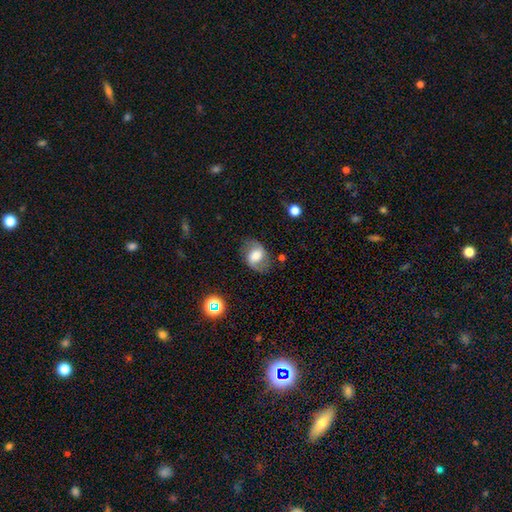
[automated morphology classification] Smooth or featured? featured or disk (53%)
Edge-on disk? no (96%)
Bar? weak (41%)
Spiral arms? yes (80%)
Bulge size? large (43%)
Merging? none (73%)